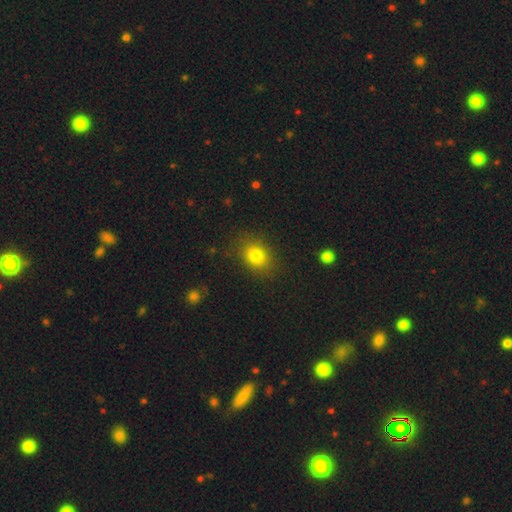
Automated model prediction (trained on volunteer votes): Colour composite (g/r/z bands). It shows a smooth galaxy with no disk features (79%) that is in between round and cigar-shaped (52%). Merging: none (82%).